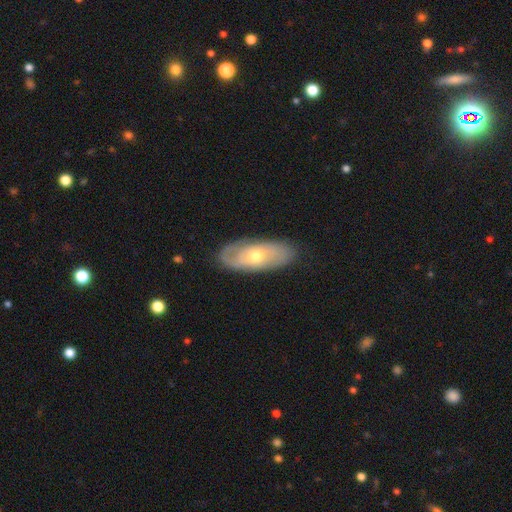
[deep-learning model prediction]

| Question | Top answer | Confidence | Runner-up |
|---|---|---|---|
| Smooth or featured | featured or disk | 62% | smooth (32%) |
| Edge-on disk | no | 84% | yes (16%) |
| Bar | no | 79% | weak (17%) |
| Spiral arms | yes | 62% | no (38%) |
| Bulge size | moderate | 66% | small (28%) |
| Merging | none | 80% | minor disturbance (15%) |